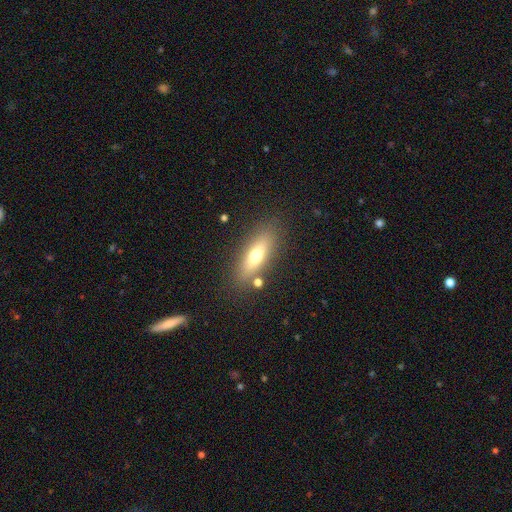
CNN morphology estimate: Smooth or featured?
  - smooth: 63% *
  - featured or disk: 28%
  - star or artifact: 9%
How rounded?
  - in between: 56% *
  - cigar-shaped: 40%
  - round: 4%
Merging?
  - none: 80% *
  - minor disturbance: 11%
  - merger: 5%
  - major disturbance: 4%